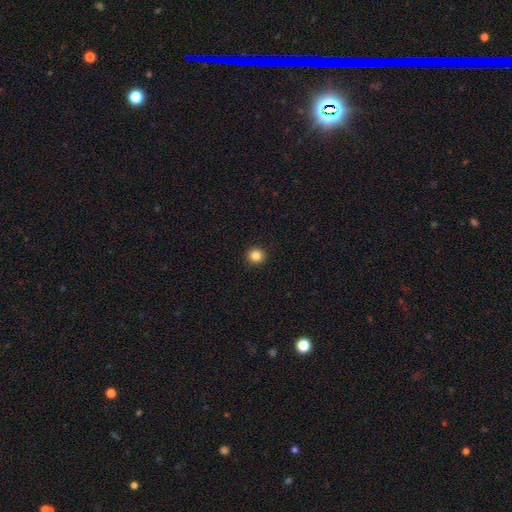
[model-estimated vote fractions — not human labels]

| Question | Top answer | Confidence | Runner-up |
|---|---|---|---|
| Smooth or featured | smooth | 85% | star or artifact (11%) |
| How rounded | round | 94% | in between (5%) |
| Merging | none | 93% | minor disturbance (4%) |